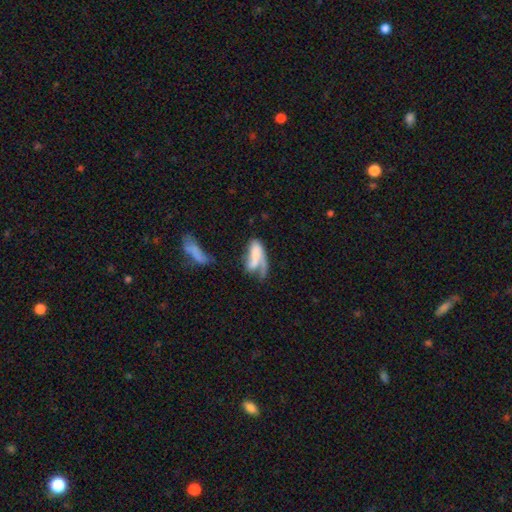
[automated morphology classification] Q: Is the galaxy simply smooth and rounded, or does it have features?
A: smooth — 52%.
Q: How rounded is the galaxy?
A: in between — 72%.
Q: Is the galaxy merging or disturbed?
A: major disturbance — 38%.